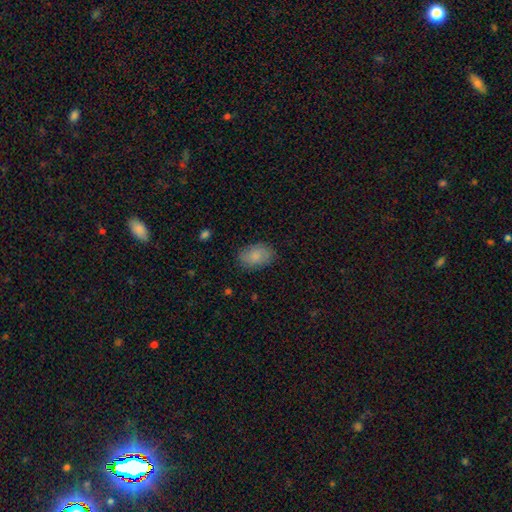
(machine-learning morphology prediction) Smooth or featured? Predicted: smooth (p=0.82). How rounded? Predicted: in between (p=0.85). Merging? Predicted: none (p=0.81).